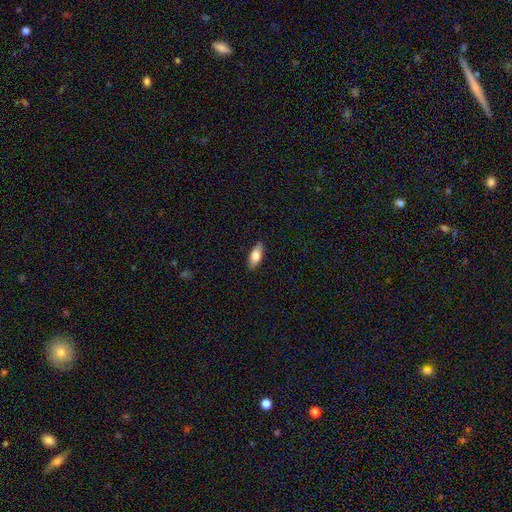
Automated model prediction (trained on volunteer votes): Smooth or featured? Predicted: smooth (p=0.74). How rounded? Predicted: in between (p=0.79). Merging? Predicted: none (p=0.86).